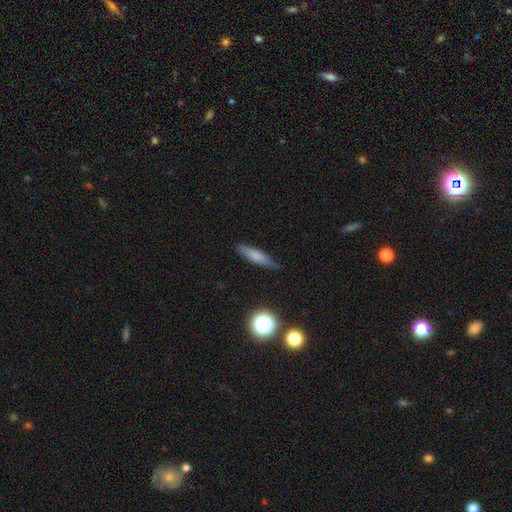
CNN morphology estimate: A smooth galaxy with no disk features (69%) that is cigar-shaped (79%).

Vote fractions:
- Smooth or featured? smooth: 69% / featured or disk: 23% / star or artifact: 9%
- How rounded? cigar-shaped: 79% / in between: 19% / round: 3%
- Merging? none: 81% / minor disturbance: 15% / major disturbance: 3% / merger: 1%